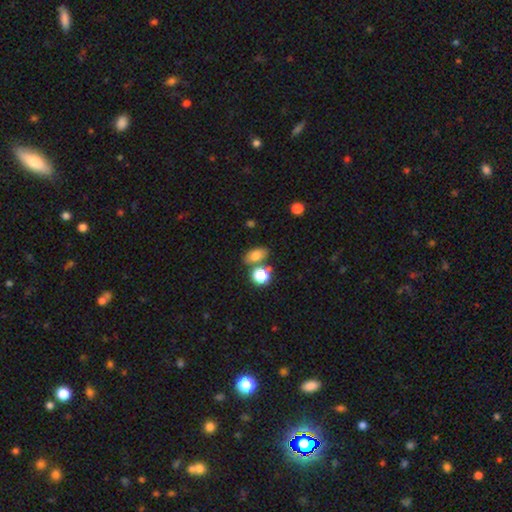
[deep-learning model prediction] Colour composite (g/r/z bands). It shows a smooth galaxy with no disk features (77%) that is in between round and cigar-shaped (78%). Merging: none (65%).